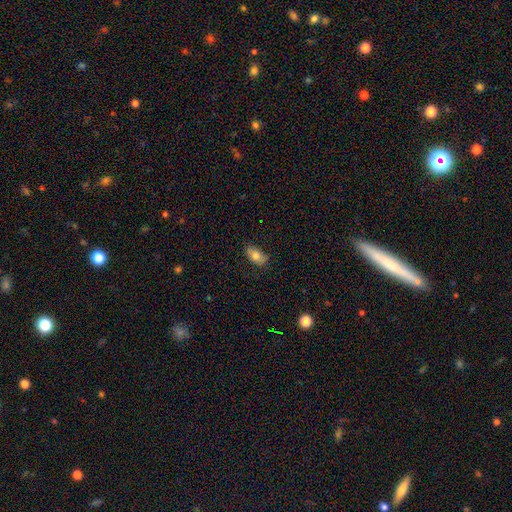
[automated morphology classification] Smooth or featured? smooth (76%)
How rounded? in between (90%)
Merging? none (74%)